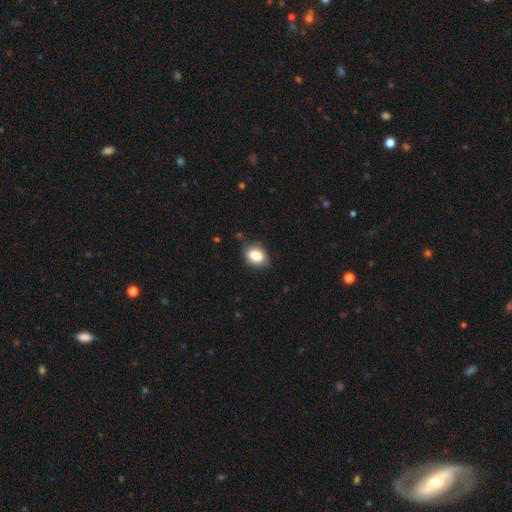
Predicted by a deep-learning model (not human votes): Smooth or featured? smooth (86%)
How rounded? in between (72%)
Merging? none (76%)